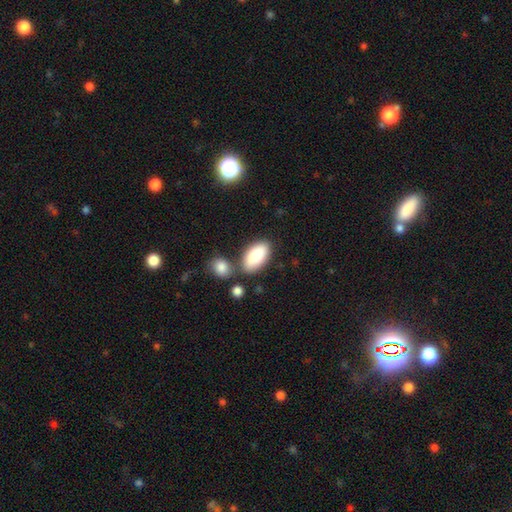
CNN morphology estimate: Smooth or featured: smooth — 86% (featured or disk — 8%)
How rounded: in between — 93% (cigar-shaped — 4%)
Merging: none — 68% (merger — 15%)